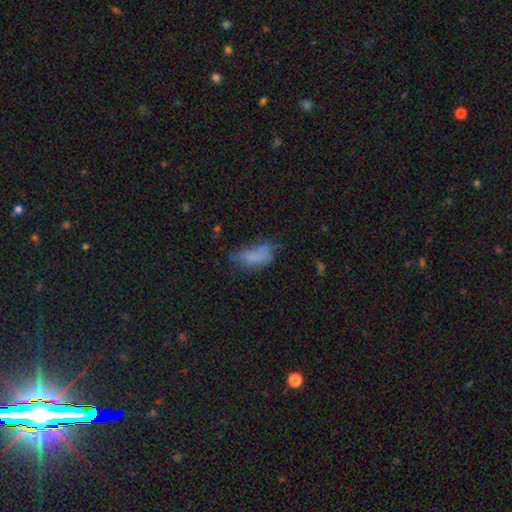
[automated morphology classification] Overall: smooth (68%). How rounded: in between (87%). Merging: none (34%; minor disturbance 32%).